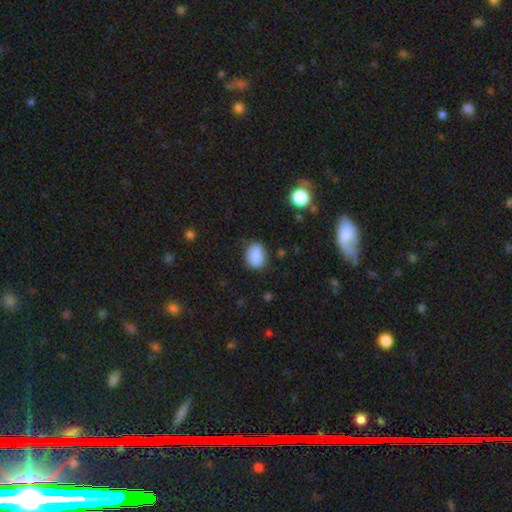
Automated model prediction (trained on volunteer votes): Smooth or featured? Predicted: smooth (p=0.86). How rounded? Predicted: in between (p=0.72). Merging? Predicted: none (p=0.75).